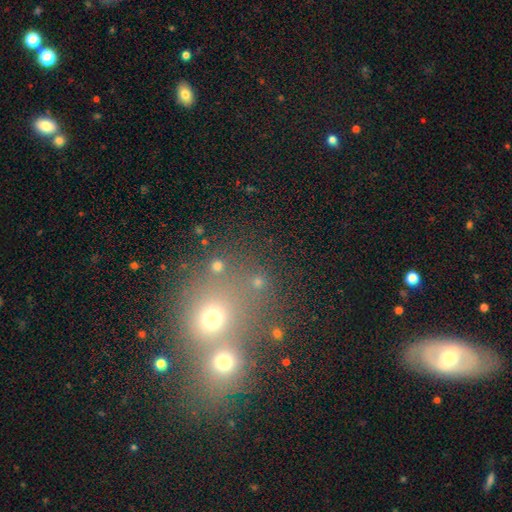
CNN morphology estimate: Overall: smooth (51%; star or artifact 34%). How rounded: round (72%). Merging: merger (52%; none 37%).